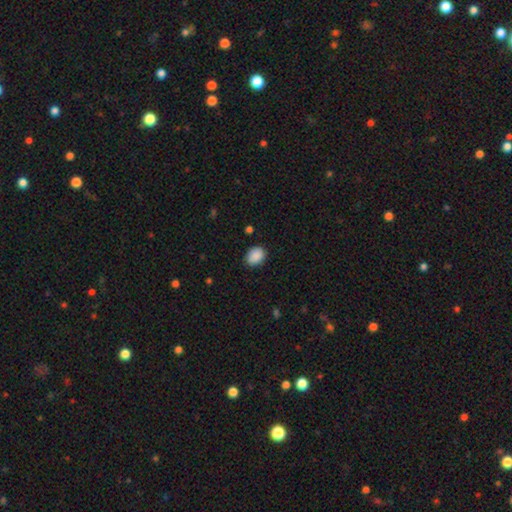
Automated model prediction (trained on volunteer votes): Morphology: type=smooth (89%); roundness=in between (62%); merging=none (82%).